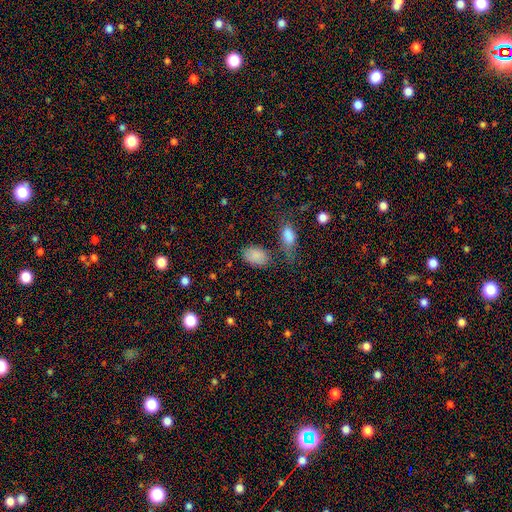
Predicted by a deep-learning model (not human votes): Smooth or featured: smooth — 84% (star or artifact — 10%)
How rounded: in between — 88% (round — 10%)
Merging: none — 64% (minor disturbance — 18%)